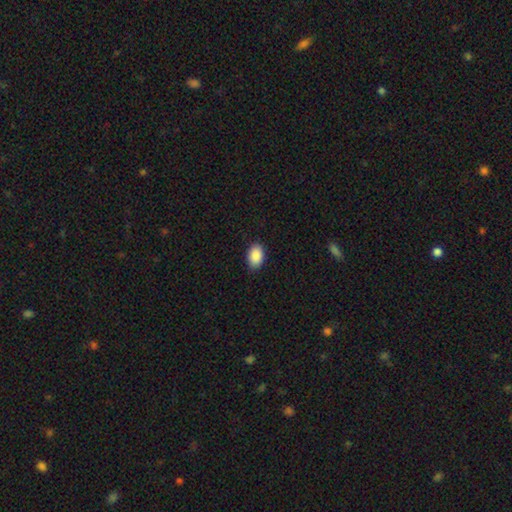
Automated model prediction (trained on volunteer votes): Q: Smooth or featured?
A: smooth (90%); runner-up: star or artifact (7%)
Q: How rounded?
A: in between (89%); runner-up: round (9%)
Q: Merging?
A: none (87%); runner-up: minor disturbance (10%)